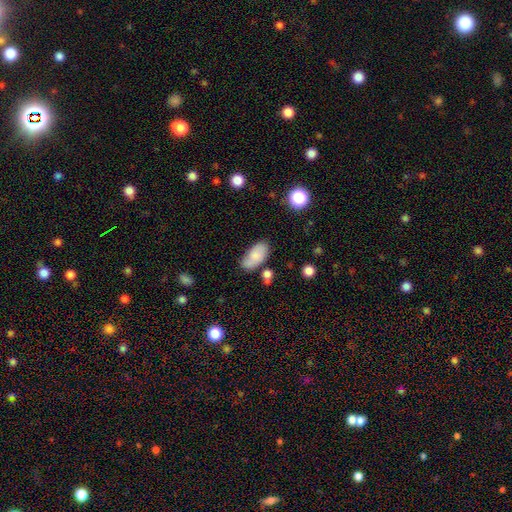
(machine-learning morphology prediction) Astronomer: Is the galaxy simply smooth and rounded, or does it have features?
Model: smooth — 75%.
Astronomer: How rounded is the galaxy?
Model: in between — 92%.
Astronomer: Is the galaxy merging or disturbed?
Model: none — 61%.